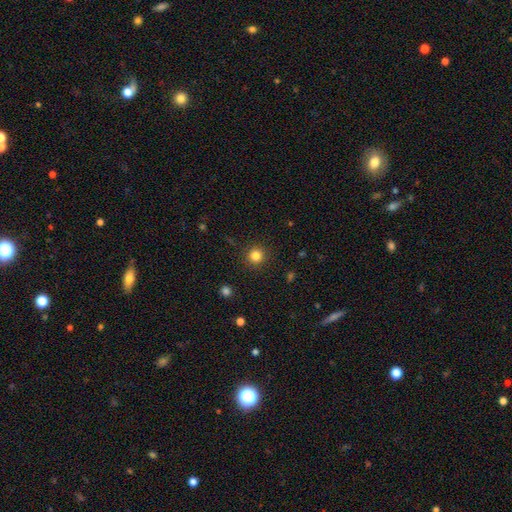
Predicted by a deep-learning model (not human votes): smooth 83%, star or artifact 12%, featured or disk 5%. Down the decision tree: how rounded — round (94%); merging — none (91%).